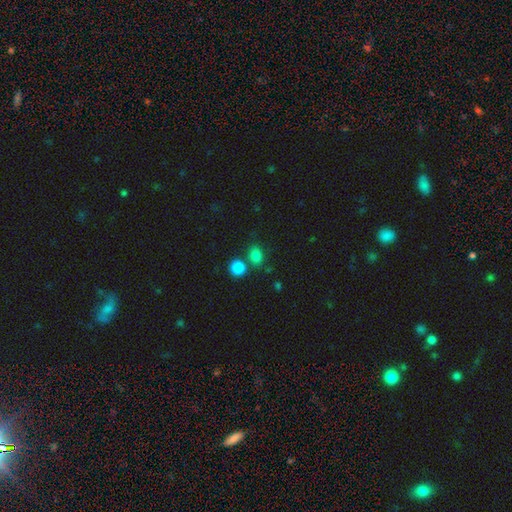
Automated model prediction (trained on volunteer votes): Q: Smooth or featured?
A: smooth (82%); runner-up: star or artifact (12%)
Q: How rounded?
A: in between (55%); runner-up: round (43%)
Q: Merging?
A: none (67%); runner-up: merger (18%)